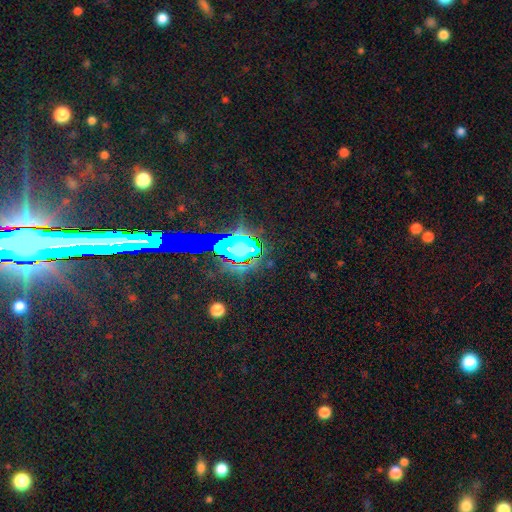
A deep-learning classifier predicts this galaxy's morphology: This appears to be a star or artifact, not a galaxy (81%).